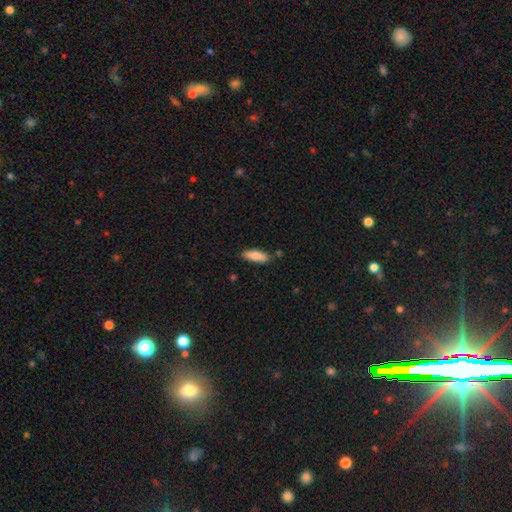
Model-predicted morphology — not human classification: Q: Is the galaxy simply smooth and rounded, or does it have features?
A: smooth — 84%.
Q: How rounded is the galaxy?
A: in between — 63%.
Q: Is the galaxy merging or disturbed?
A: none — 80%.